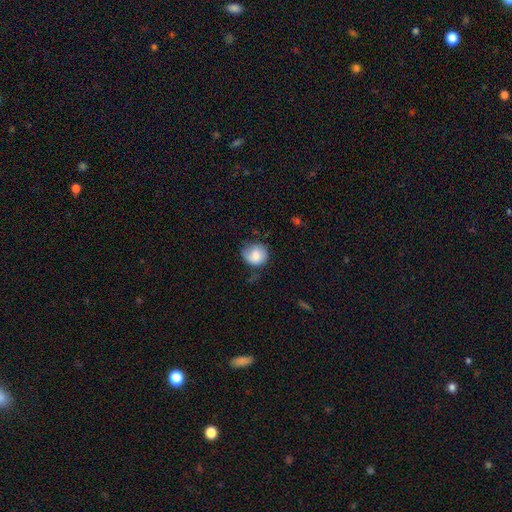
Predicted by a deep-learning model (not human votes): Overall: smooth (81%). How rounded: round (81%). Merging: none (58%; minor disturbance 31%).